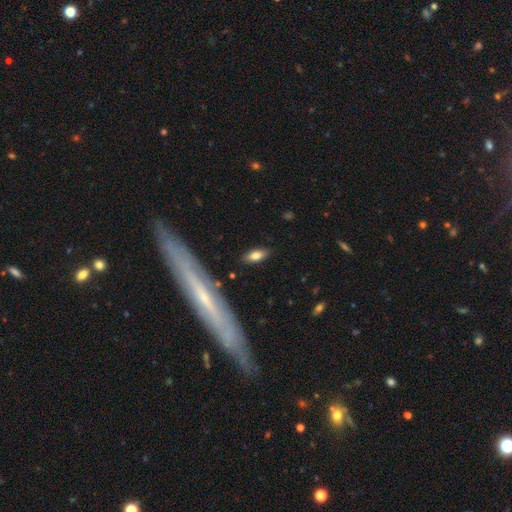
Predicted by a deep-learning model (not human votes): smooth-or-featured: smooth: 74% | featured or disk: 19% | star or artifact: 7%
  how-rounded: in between: 79% | cigar-shaped: 18% | round: 3%
  merging: none: 84% | minor disturbance: 11% | major disturbance: 3% | merger: 2%